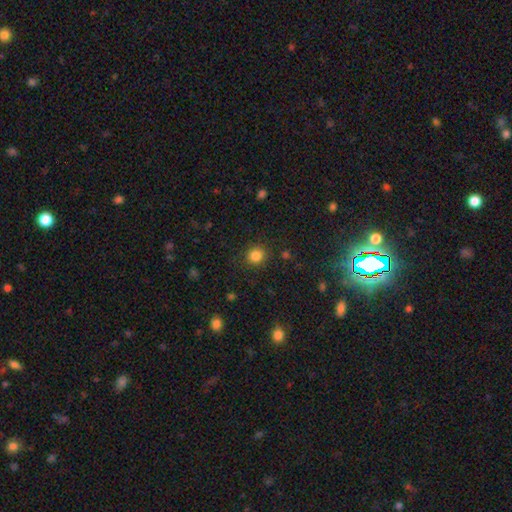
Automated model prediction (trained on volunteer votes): Smooth or featured?
  - smooth: 84% *
  - star or artifact: 12%
  - featured or disk: 4%
How rounded?
  - round: 89% *
  - in between: 10%
  - cigar-shaped: 1%
Merging?
  - none: 89% *
  - minor disturbance: 7%
  - major disturbance: 3%
  - merger: 1%